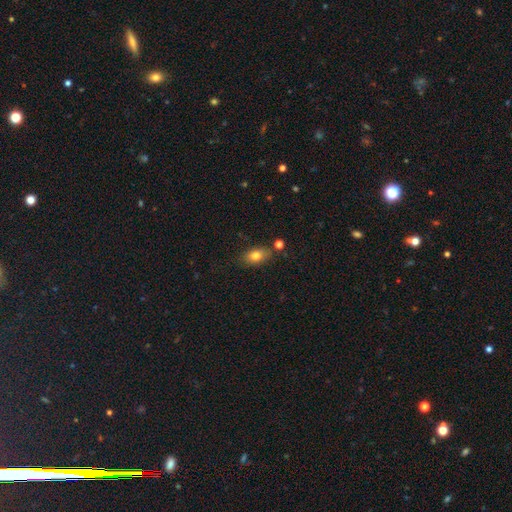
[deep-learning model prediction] smooth-or-featured: smooth: 79% | featured or disk: 12% | star or artifact: 9%
  how-rounded: in between: 84% | round: 12% | cigar-shaped: 4%
  merging: none: 77% | minor disturbance: 14% | merger: 6% | major disturbance: 3%